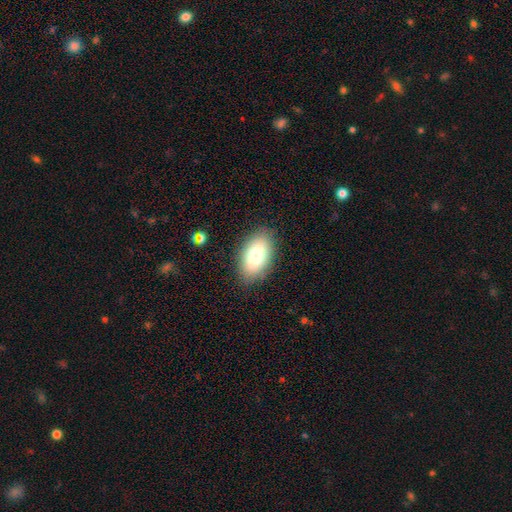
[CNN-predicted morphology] This is likely a smooth galaxy (78%). How rounded: clearly in between (93%). Merging: clearly none (85%).